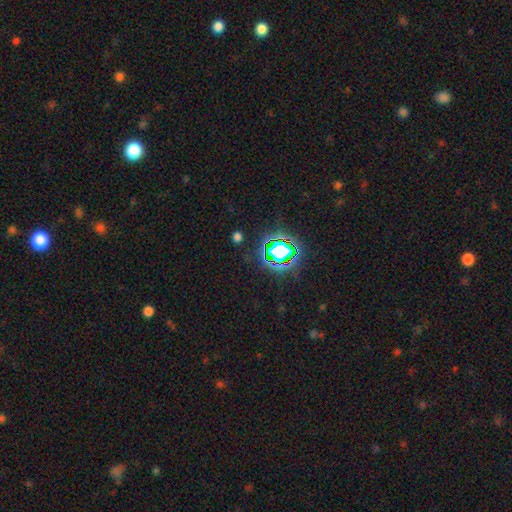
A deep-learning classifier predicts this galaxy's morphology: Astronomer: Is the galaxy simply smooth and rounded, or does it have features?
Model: star or artifact — 80%.